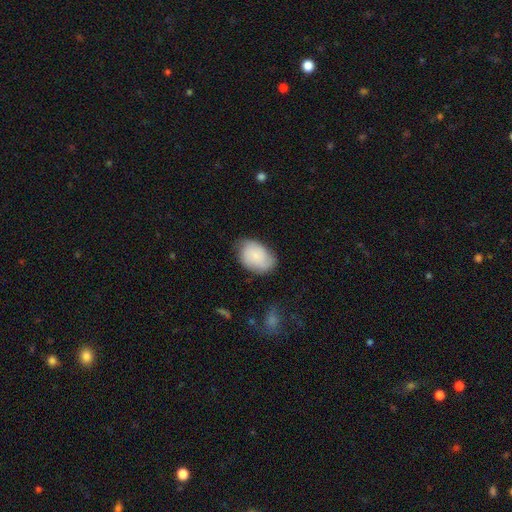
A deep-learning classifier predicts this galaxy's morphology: A smooth galaxy with no disk features (71%) that is in between round and cigar-shaped (82%).

Vote fractions:
- Smooth or featured? smooth: 71% / featured or disk: 22% / star or artifact: 7%
- How rounded? in between: 82% / round: 17% / cigar-shaped: 1%
- Merging? none: 67% / minor disturbance: 25% / major disturbance: 6% / merger: 2%